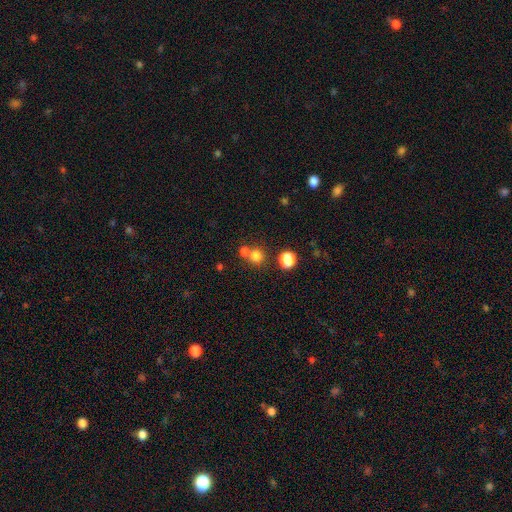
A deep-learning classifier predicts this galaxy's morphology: Smooth or featured? smooth (76%)
How rounded? round (89%)
Merging? none (60%)